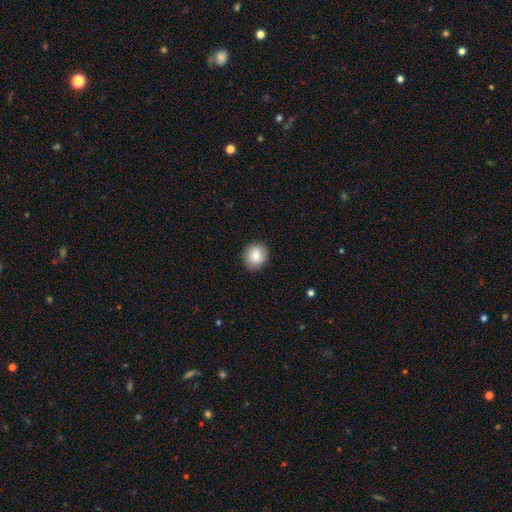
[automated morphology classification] This is clearly a smooth galaxy (84%). How rounded: clearly round (84%). Merging: clearly none (88%).